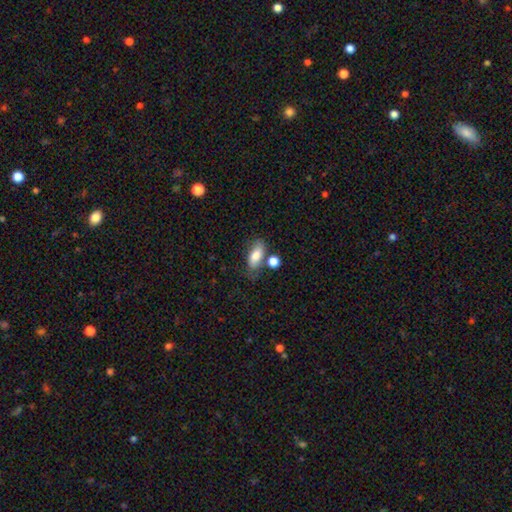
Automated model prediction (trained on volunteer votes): The model was most divided on "merging": none: 56%, minor disturbance: 21%, merger: 15%, major disturbance: 9%. More confident: how rounded — in between (85%); smooth or featured — smooth (79%).